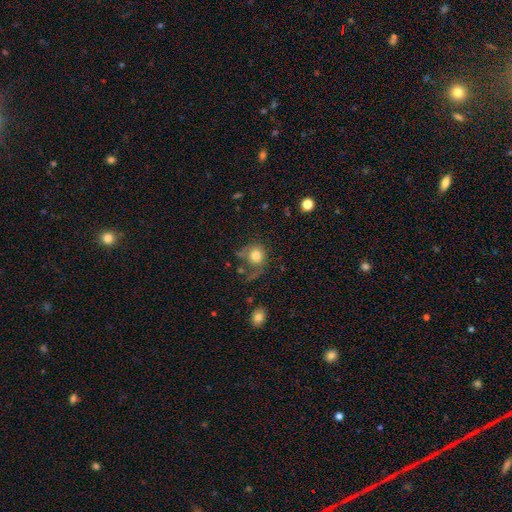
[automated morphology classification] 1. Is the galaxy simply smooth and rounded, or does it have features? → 73% smooth, 17% featured or disk, 10% star or artifact.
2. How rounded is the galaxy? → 80% round, 19% in between, 1% cigar-shaped.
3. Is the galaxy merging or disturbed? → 40% none, 30% major disturbance, 21% minor disturbance, 9% merger.